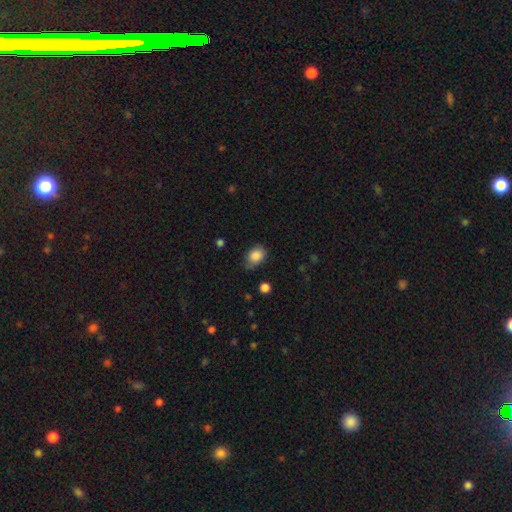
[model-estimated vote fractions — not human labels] This appears to be a smooth galaxy with no disk features (86%) that is in between round and cigar-shaped (61%). Merging: none (66%).